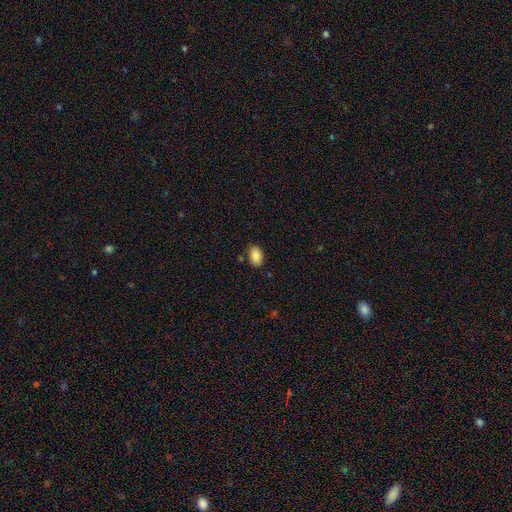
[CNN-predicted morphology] smooth_or_featured: smooth (p=0.88) [alt: star or artifact p=0.08]
how_rounded: in between (p=0.88) [alt: round p=0.11]
merging: none (p=0.84) [alt: minor disturbance p=0.10]